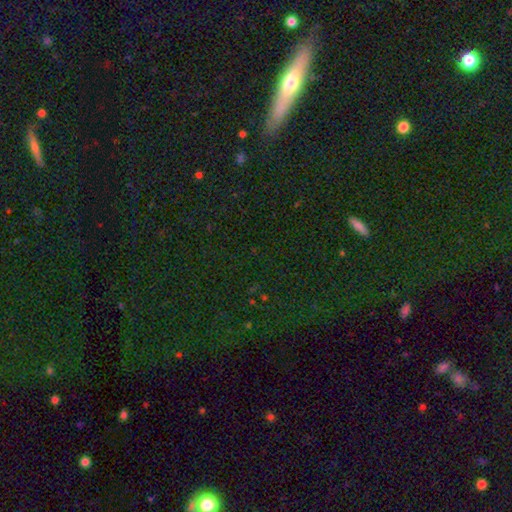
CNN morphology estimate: This appears to be a star or artifact, not a galaxy (48%).